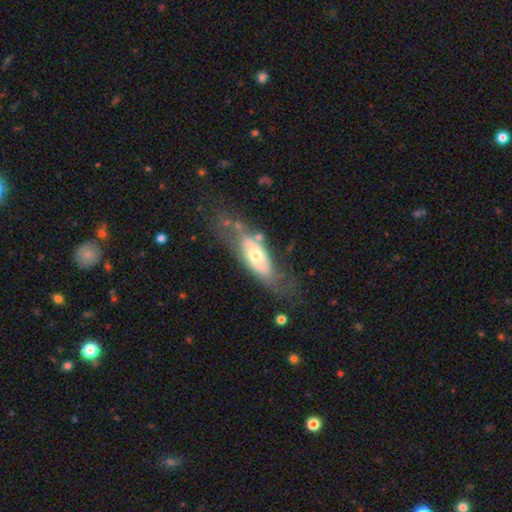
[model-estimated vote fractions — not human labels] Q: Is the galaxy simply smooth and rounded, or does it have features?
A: featured or disk — 61%.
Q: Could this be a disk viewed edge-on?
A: no — 82%.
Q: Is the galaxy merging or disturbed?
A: none — 56%.